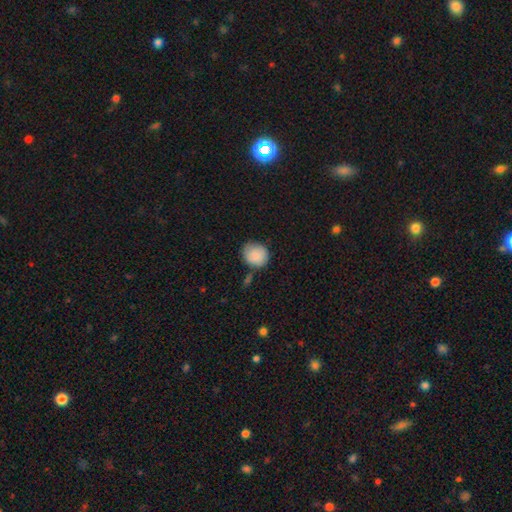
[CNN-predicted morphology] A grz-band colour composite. It shows a smooth galaxy with no disk features (87%) that is round (76%). Merging: none (70%).